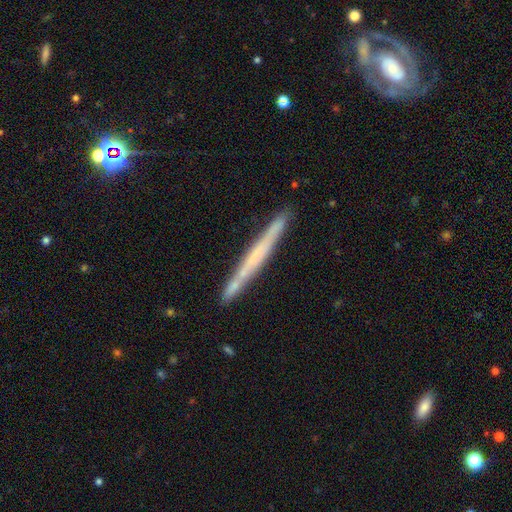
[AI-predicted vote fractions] smooth_or_featured: featured or disk (p=0.53) [alt: smooth p=0.41]
disk_edge_on: yes (p=0.96) [alt: no p=0.04]
edge_on_bulge: none (p=0.79) [alt: rounded p=0.12]
merging: none (p=0.85) [alt: minor disturbance p=0.10]